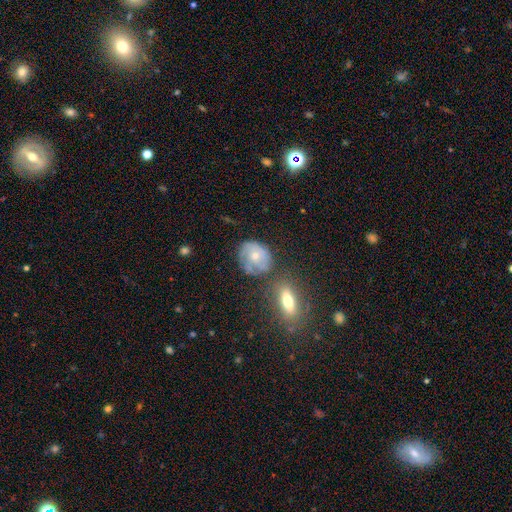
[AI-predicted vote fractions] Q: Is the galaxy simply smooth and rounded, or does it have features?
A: featured or disk — 49%.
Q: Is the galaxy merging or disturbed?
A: none — 49%.